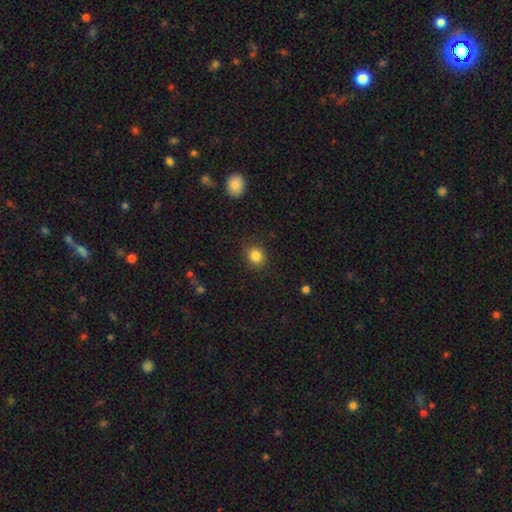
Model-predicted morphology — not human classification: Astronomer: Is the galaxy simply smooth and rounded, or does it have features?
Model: smooth — 85%.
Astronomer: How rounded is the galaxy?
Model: round — 79%.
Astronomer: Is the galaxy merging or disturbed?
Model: none — 87%.